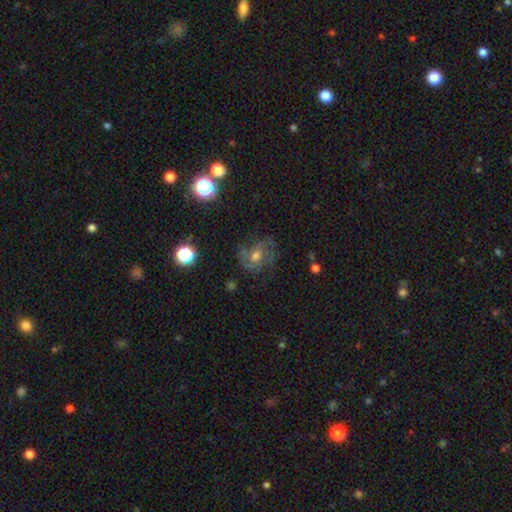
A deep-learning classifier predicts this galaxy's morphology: type=featured or disk (65%); edge-on=no (97%); bar=no (60%); spiral arms=yes (88%); winding=medium (48%); arm count=2 (33%); bulge=moderate (66%); merging=none (68%).